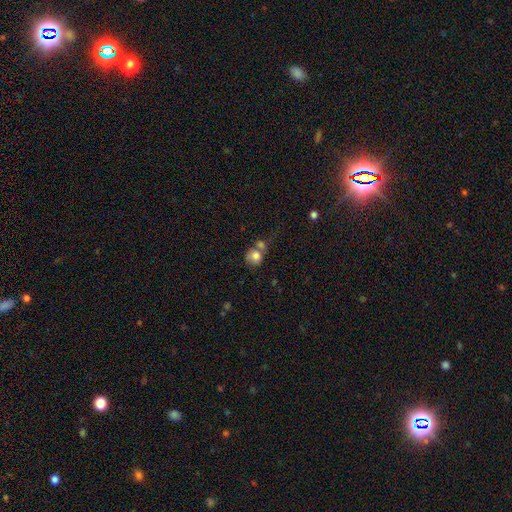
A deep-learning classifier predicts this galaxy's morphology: Smooth or featured? smooth (79%)
How rounded? round (80%)
Merging? merger (44%)